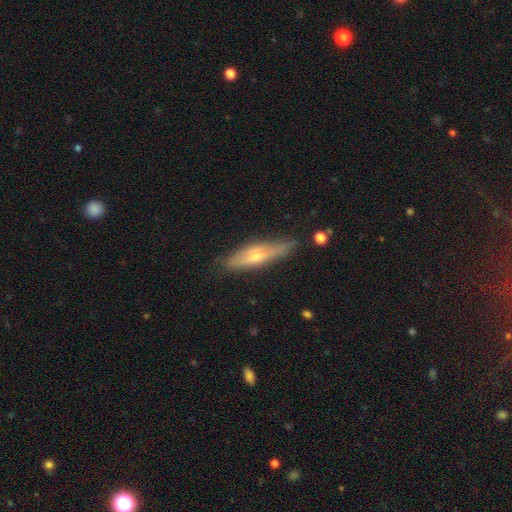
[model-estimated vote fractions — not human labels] smooth-or-featured: featured or disk: 53% | smooth: 40% | star or artifact: 7%
  disk-edge-on: yes: 82% | no: 18%
  merging: none: 76% | minor disturbance: 18% | major disturbance: 4% | merger: 2%